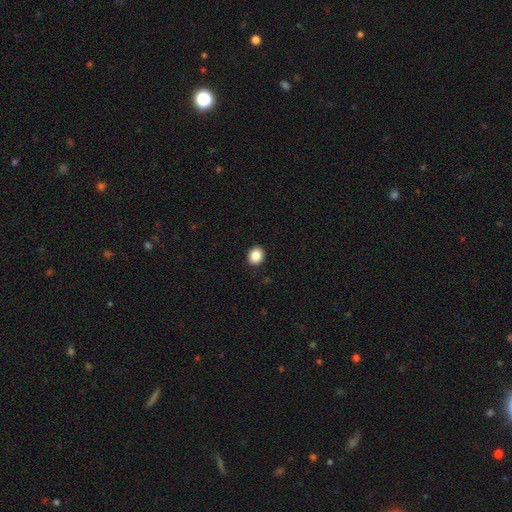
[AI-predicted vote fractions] This is clearly a smooth galaxy (87%). How rounded: likely round (68%). Merging: clearly none (92%).